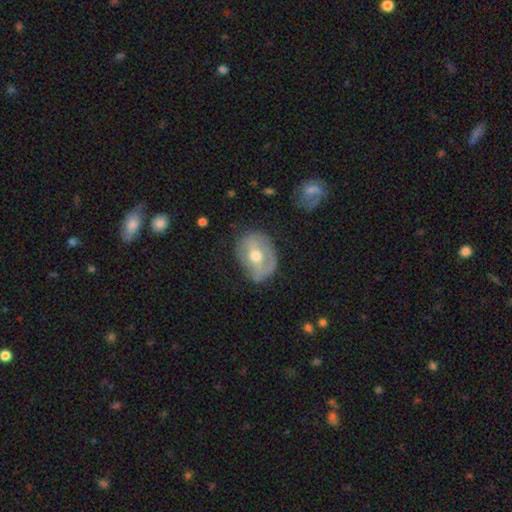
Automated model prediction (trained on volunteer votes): Smooth or featured?
  - featured or disk: 62% *
  - smooth: 32%
  - star or artifact: 6%
Edge-on disk?
  - no: 94% *
  - yes: 6%
Bar?
  - weak: 40% *
  - no: 37%
  - strong: 23%
Spiral arms?
  - yes: 55% *
  - no: 45%
Bulge size?
  - moderate: 72% *
  - small: 23%
  - large: 3%
  - none: 1%
  - dominant: 1%
Merging?
  - none: 64% *
  - minor disturbance: 25%
  - major disturbance: 10%
  - merger: 2%